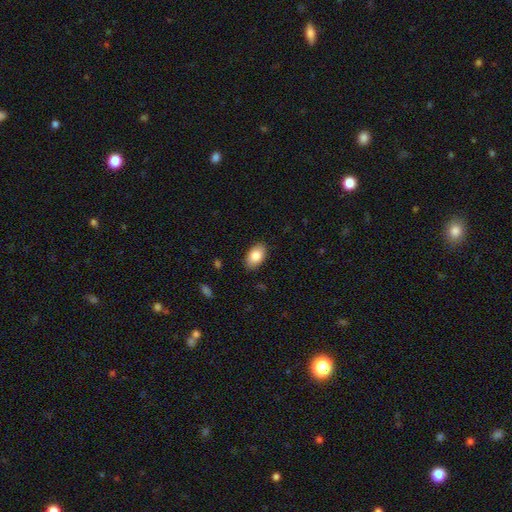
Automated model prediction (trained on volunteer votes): Morphology: type=smooth (85%); roundness=in between (93%); merging=none (88%).